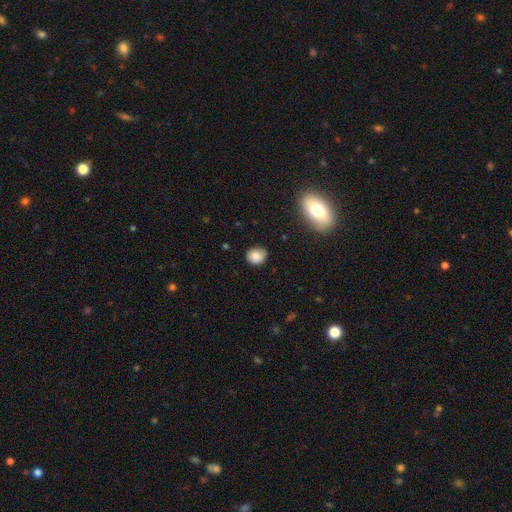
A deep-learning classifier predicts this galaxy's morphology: smooth 85%, star or artifact 9%, featured or disk 6%. Down the decision tree: how rounded — round (67%); merging — none (84%).